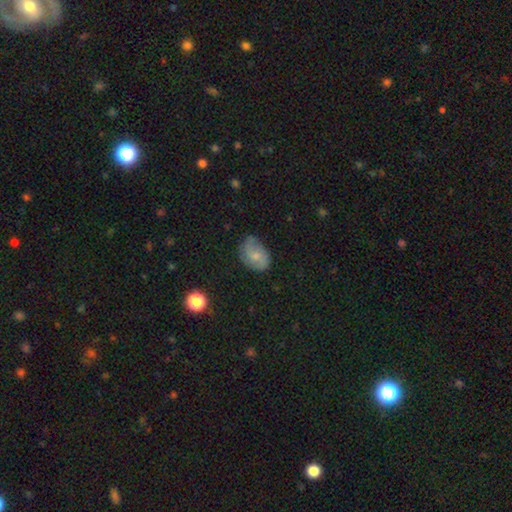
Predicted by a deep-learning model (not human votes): The model was most divided on "smooth or featured": smooth: 53%, featured or disk: 39%, star or artifact: 9%. More confident: how rounded — in between (78%); merging — none (63%).